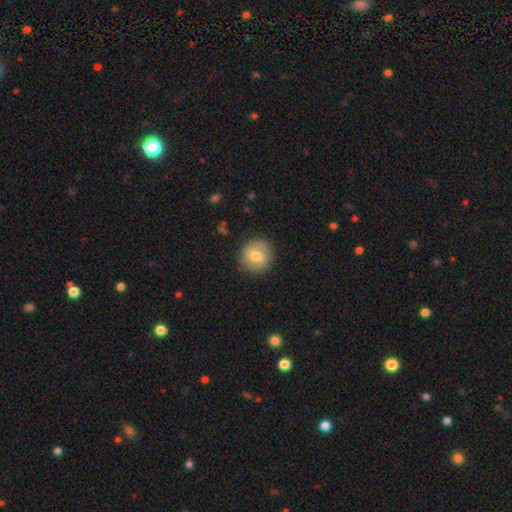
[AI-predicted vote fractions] Overall: smooth (65%; featured or disk 27%). How rounded: round (89%). Merging: none (85%).